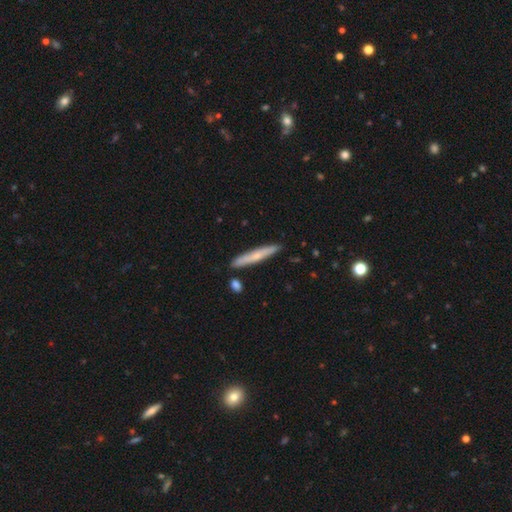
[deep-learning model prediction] Overall: smooth (57%; featured or disk 37%). How rounded: cigar-shaped (94%). Merging: none (84%).